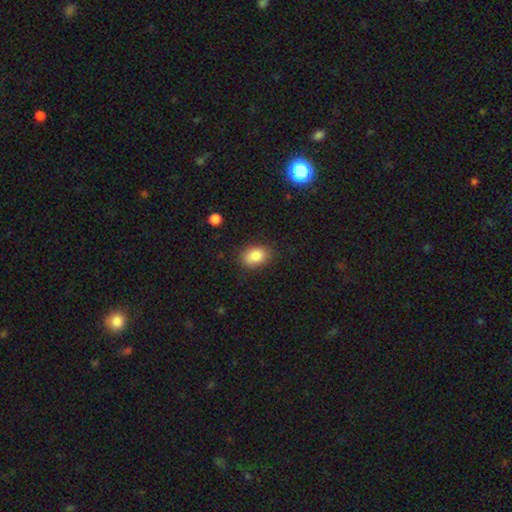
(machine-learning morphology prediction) This is clearly a smooth galaxy (85%). How rounded: likely in between (79%). Merging: clearly none (82%).